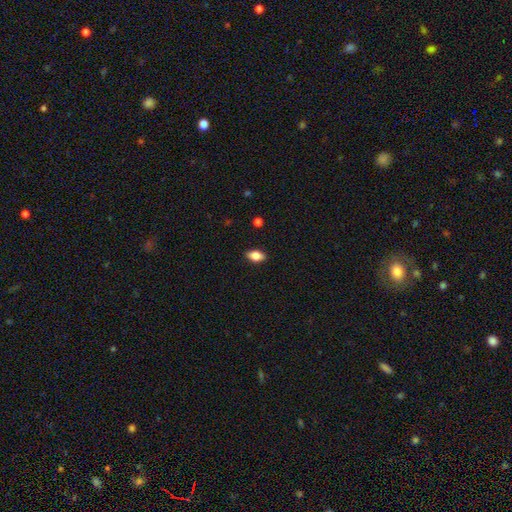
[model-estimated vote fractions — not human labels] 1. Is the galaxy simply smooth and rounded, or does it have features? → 82% smooth, 9% featured or disk, 8% star or artifact.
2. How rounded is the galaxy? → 89% in between, 7% round, 4% cigar-shaped.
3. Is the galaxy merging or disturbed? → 88% none, 9% minor disturbance, 2% major disturbance, 1% merger.